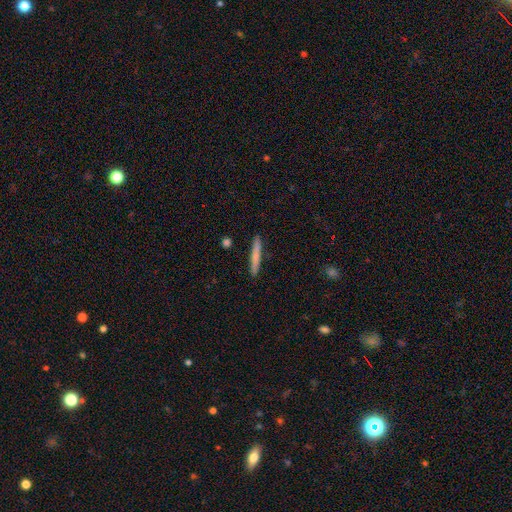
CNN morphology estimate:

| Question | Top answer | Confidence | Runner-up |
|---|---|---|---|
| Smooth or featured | smooth | 71% | featured or disk (24%) |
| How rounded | cigar-shaped | 96% | in between (3%) |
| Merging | none | 90% | minor disturbance (7%) |